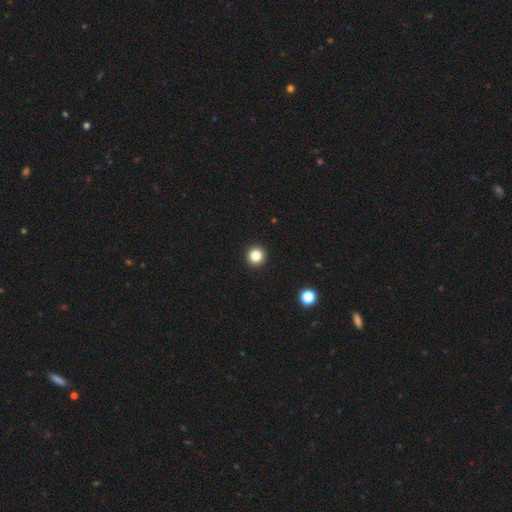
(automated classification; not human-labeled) Smooth or featured? smooth (84%)
How rounded? round (95%)
Merging? none (94%)